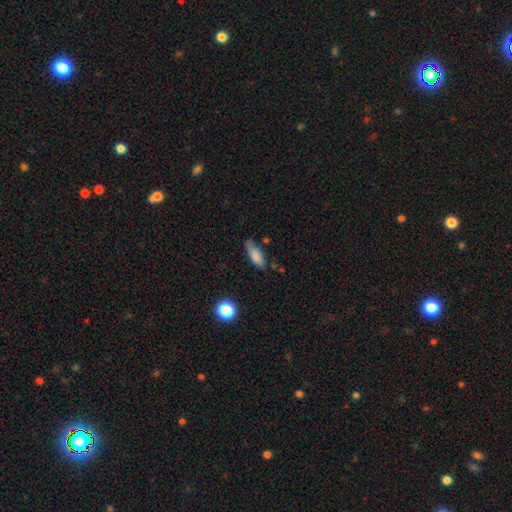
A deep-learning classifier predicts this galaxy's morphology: Smooth or featured: smooth — 79% (featured or disk — 13%)
How rounded: in between — 68% (cigar-shaped — 29%)
Merging: none — 64% (minor disturbance — 27%)